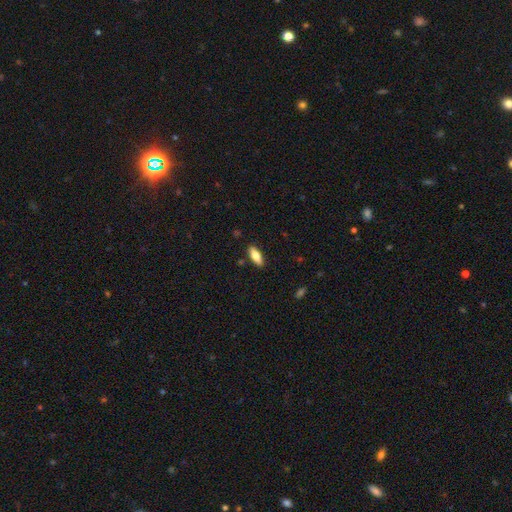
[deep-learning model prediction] Smooth or featured?
  - smooth: 72% *
  - featured or disk: 22%
  - star or artifact: 6%
How rounded?
  - in between: 70% *
  - cigar-shaped: 28%
  - round: 2%
Merging?
  - none: 88% *
  - minor disturbance: 9%
  - major disturbance: 2%
  - merger: 1%